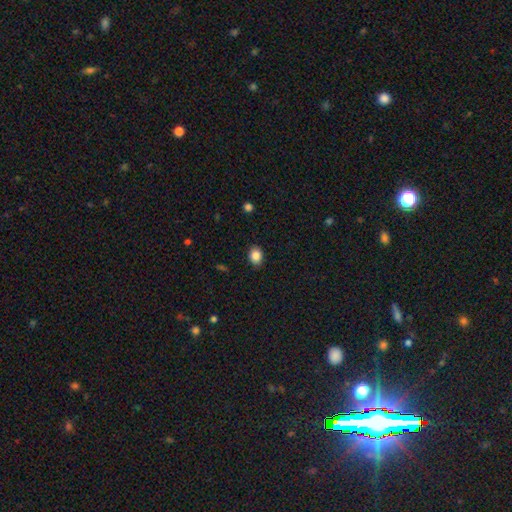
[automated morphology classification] Smooth or featured? smooth (86%)
How rounded? in between (54%)
Merging? none (88%)